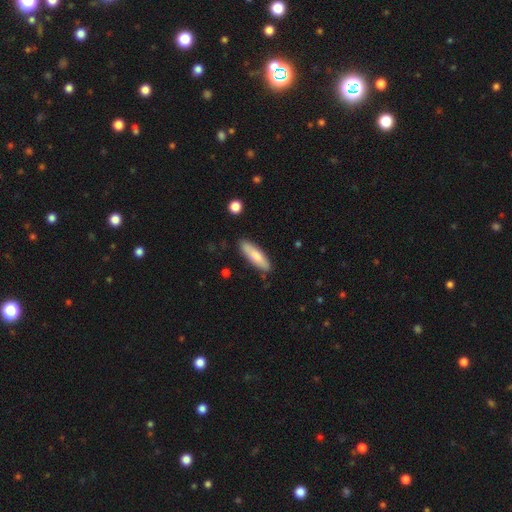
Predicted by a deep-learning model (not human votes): A smooth galaxy with no disk features (78%) that is cigar-shaped (65%).

Vote fractions:
- Smooth or featured? smooth: 78% / featured or disk: 16% / star or artifact: 5%
- How rounded? cigar-shaped: 65% / in between: 34% / round: 2%
- Merging? none: 85% / minor disturbance: 12% / major disturbance: 2% / merger: 2%